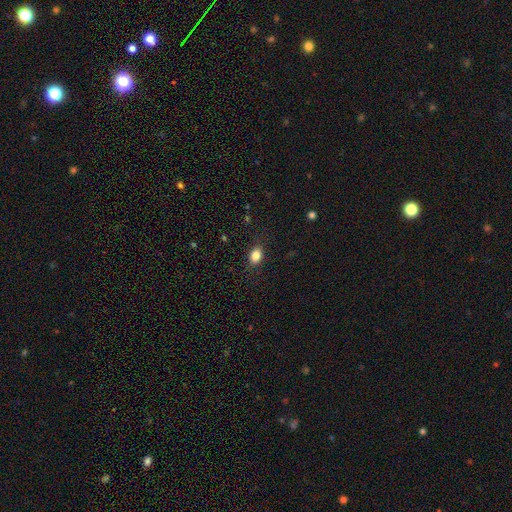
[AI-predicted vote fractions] This is clearly a smooth galaxy (83%). How rounded: likely in between (69%). Merging: clearly none (85%).